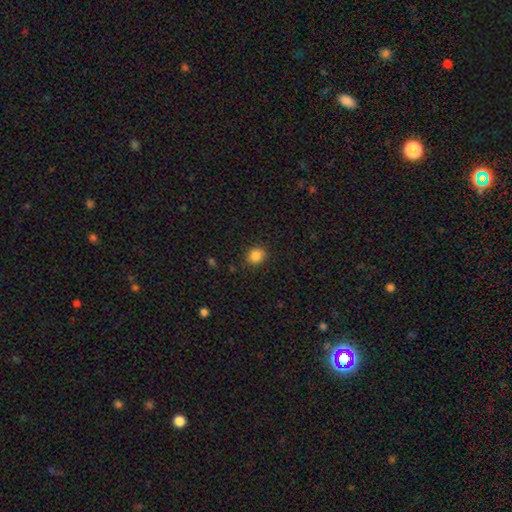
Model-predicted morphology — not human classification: This is clearly a smooth galaxy (85%). How rounded: likely round (63%). Merging: clearly none (89%).